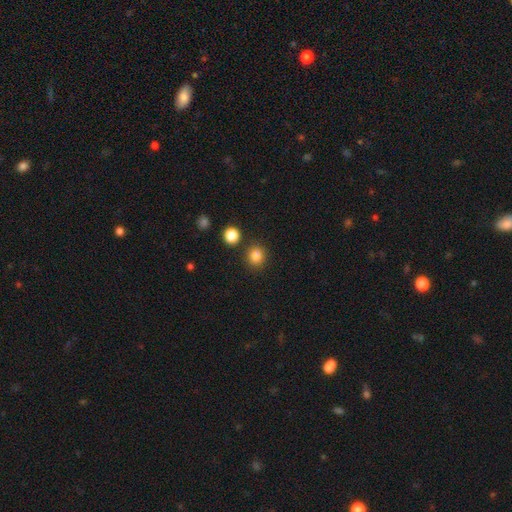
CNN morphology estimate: Smooth or featured? Predicted: smooth (p=0.84). How rounded? Predicted: round (p=0.87). Merging? Predicted: none (p=0.86).